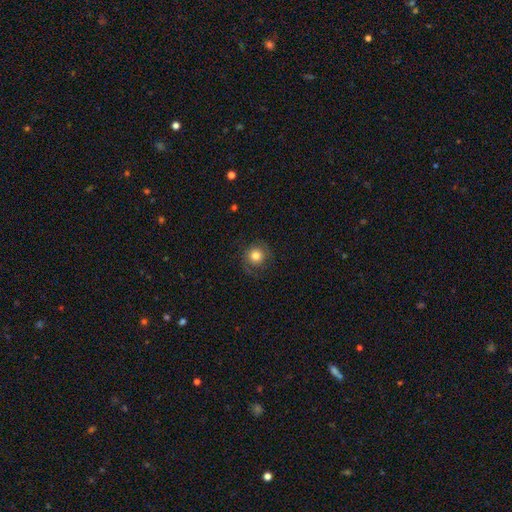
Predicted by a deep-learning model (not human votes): Smooth or featured?
  - smooth: 75% *
  - featured or disk: 15%
  - star or artifact: 10%
How rounded?
  - round: 92% *
  - in between: 7%
  - cigar-shaped: 1%
Merging?
  - none: 78% *
  - minor disturbance: 13%
  - major disturbance: 7%
  - merger: 1%